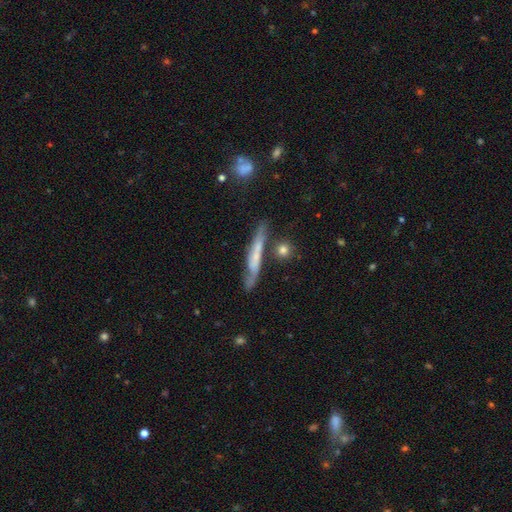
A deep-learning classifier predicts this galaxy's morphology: Smooth or featured? featured or disk (55%)
Edge-on disk? yes (74%)
Merging? none (66%)